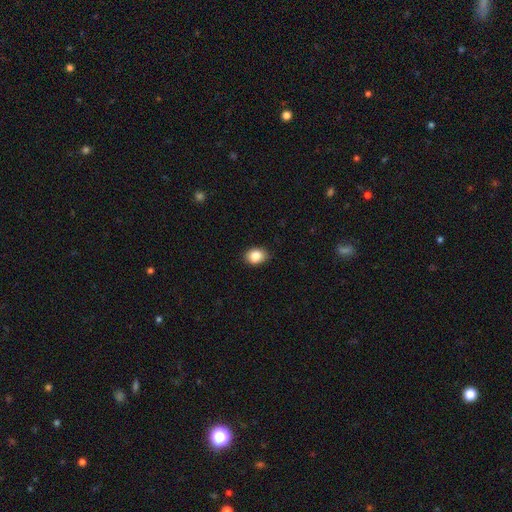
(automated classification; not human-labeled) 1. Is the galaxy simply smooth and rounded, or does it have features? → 85% smooth, 9% star or artifact, 6% featured or disk.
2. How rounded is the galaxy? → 61% in between, 38% round, 1% cigar-shaped.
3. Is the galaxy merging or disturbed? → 83% none, 14% minor disturbance, 2% major disturbance, 1% merger.